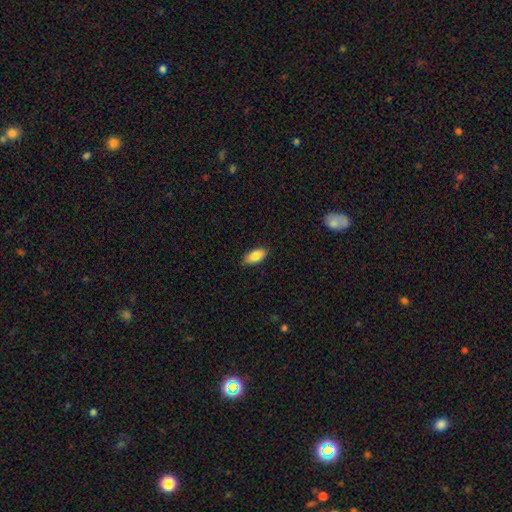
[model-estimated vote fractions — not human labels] This appears to be a smooth galaxy with no disk features (85%) that is in between round and cigar-shaped (89%). Merging: none (86%).